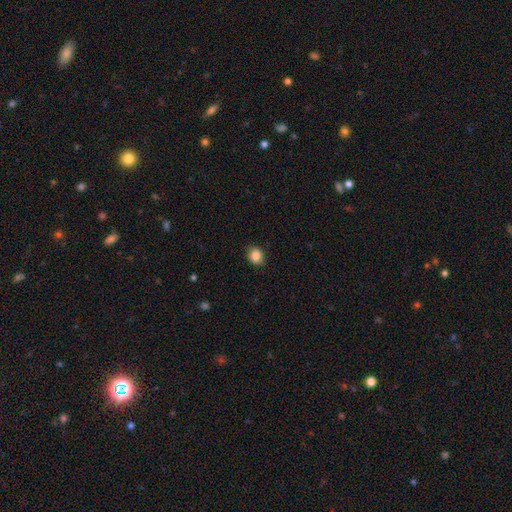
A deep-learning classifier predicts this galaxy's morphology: Smooth or featured: smooth — 86% (star or artifact — 9%)
How rounded: round — 61% (in between — 38%)
Merging: none — 84% (minor disturbance — 12%)